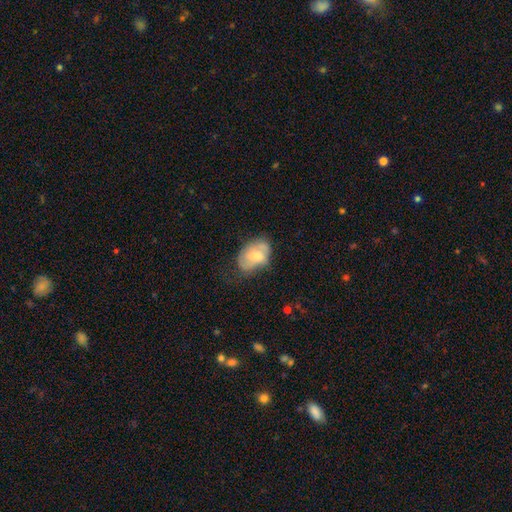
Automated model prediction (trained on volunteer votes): smooth-or-featured: smooth: 50% | featured or disk: 43% | star or artifact: 7%
  merging: none: 38% | minor disturbance: 32% | major disturbance: 16% | merger: 14%